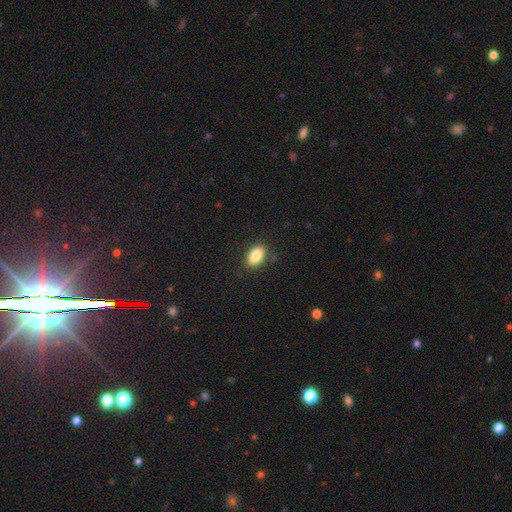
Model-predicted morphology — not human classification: The model was most divided on "smooth or featured": smooth: 84%, featured or disk: 8%, star or artifact: 8%. More confident: how rounded — in between (89%); merging — none (87%).